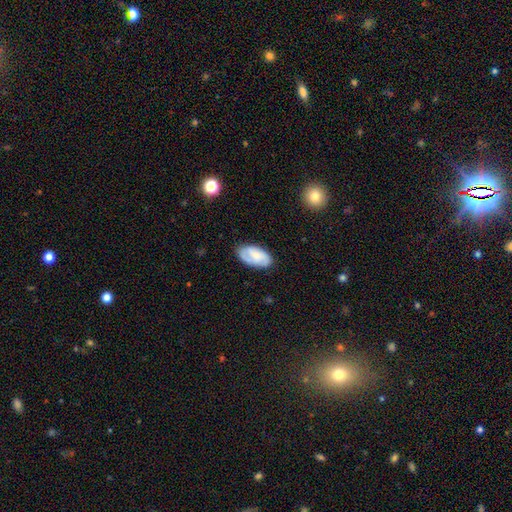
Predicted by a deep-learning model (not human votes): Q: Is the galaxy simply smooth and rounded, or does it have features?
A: smooth — 51%.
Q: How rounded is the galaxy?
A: in between — 94%.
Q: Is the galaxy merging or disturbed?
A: none — 76%.